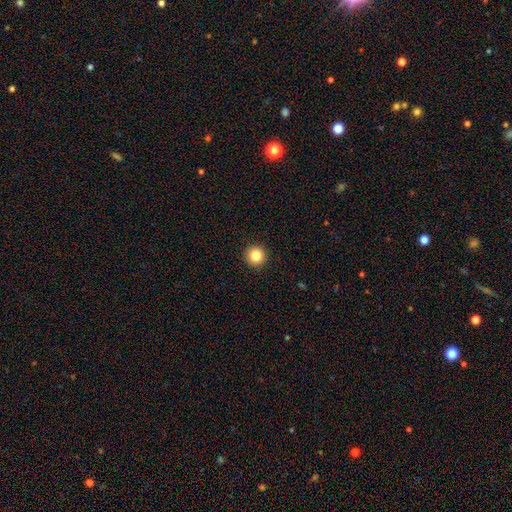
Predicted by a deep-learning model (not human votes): Overall: smooth (84%). How rounded: round (96%). Merging: none (93%).